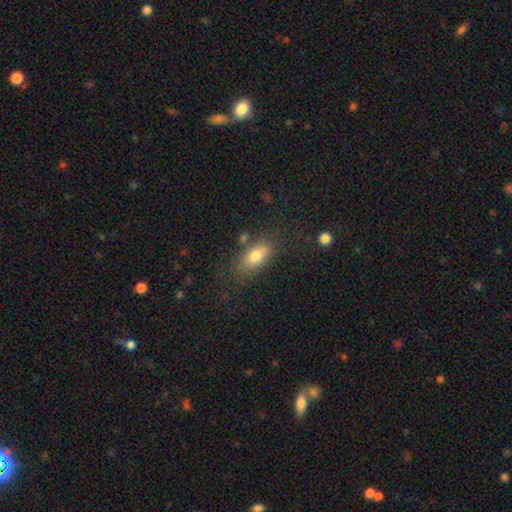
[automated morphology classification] smooth_or_featured: smooth (p=0.77) [alt: featured or disk p=0.15]
how_rounded: in between (p=0.86) [alt: round p=0.08]
merging: none (p=0.68) [alt: minor disturbance p=0.18]